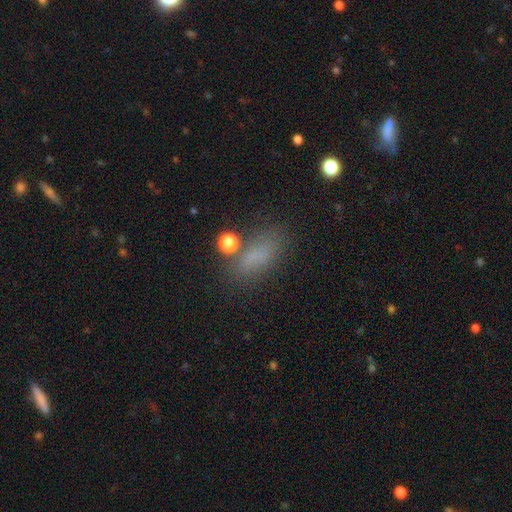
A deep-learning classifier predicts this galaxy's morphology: Overall: smooth (72%). How rounded: in between (73%). Merging: none (65%).